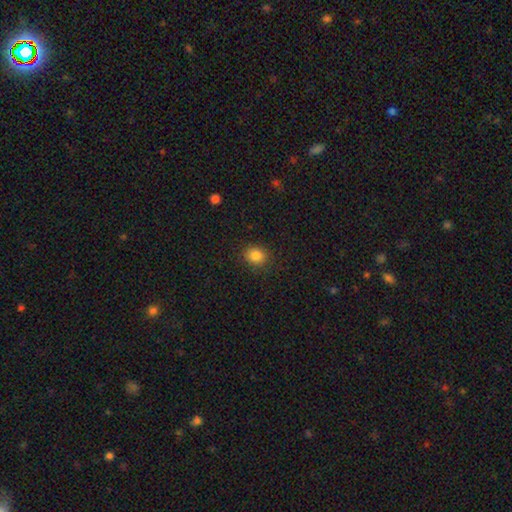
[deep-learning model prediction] smooth 85%, star or artifact 11%, featured or disk 4%. Down the decision tree: how rounded — round (68%); merging — none (88%).